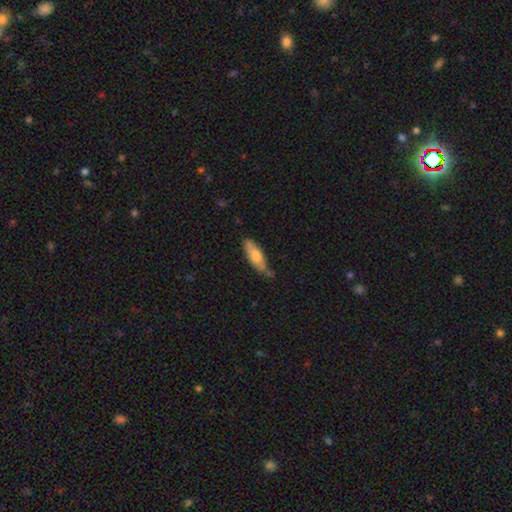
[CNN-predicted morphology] smooth_or_featured: smooth (p=0.70) [alt: featured or disk p=0.25]
how_rounded: in between (p=0.56) [alt: cigar-shaped p=0.42]
merging: none (p=0.65) [alt: minor disturbance p=0.26]